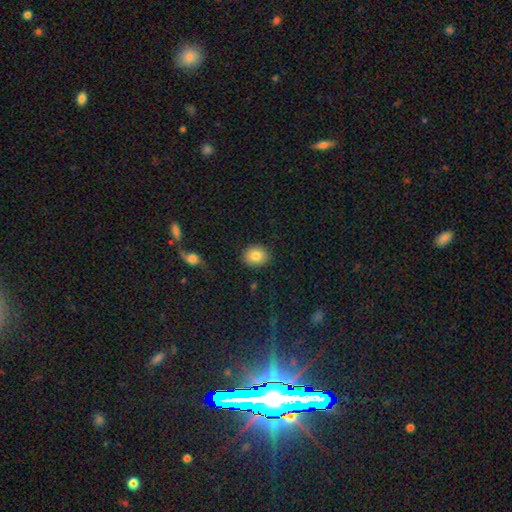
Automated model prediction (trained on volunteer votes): Overall: smooth (83%). How rounded: round (62%; in between 37%). Merging: none (88%).